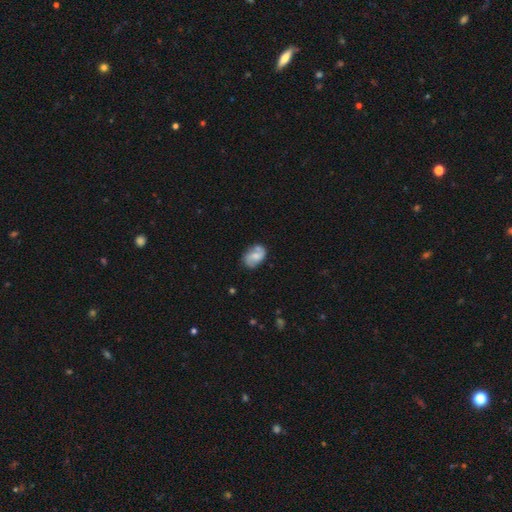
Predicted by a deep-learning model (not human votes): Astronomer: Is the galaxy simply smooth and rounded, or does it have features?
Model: featured or disk — 55% (runner-up: smooth, 38%).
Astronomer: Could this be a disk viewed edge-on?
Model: no — 97%.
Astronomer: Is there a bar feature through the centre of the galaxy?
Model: no — 55% (runner-up: weak, 38%).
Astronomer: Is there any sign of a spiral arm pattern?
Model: yes — 88%.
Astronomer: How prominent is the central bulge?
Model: small — 41% (runner-up: moderate, 39%).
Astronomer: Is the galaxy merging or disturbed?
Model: none — 69%.